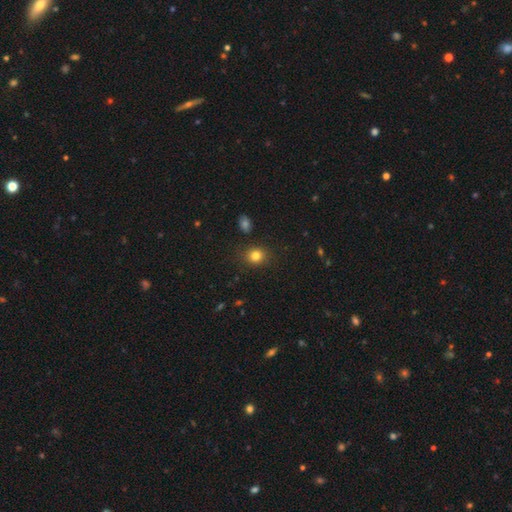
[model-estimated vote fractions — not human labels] Smooth or featured: smooth — 82% (star or artifact — 12%)
How rounded: round — 75% (in between — 24%)
Merging: none — 86% (minor disturbance — 9%)